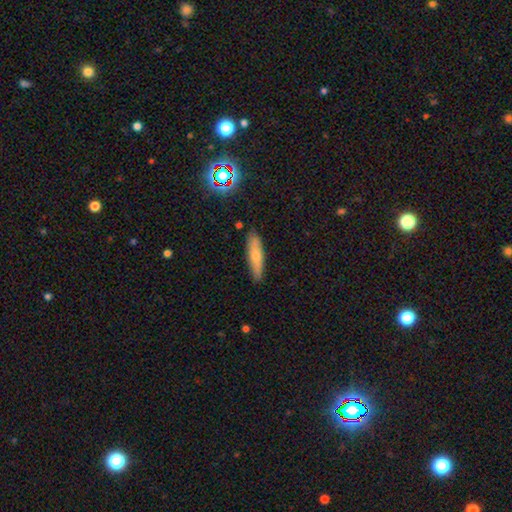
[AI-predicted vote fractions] Smooth or featured?
  - smooth: 67% *
  - featured or disk: 26%
  - star or artifact: 7%
How rounded?
  - cigar-shaped: 75% *
  - in between: 24%
  - round: 2%
Merging?
  - none: 84% *
  - minor disturbance: 12%
  - major disturbance: 2%
  - merger: 2%